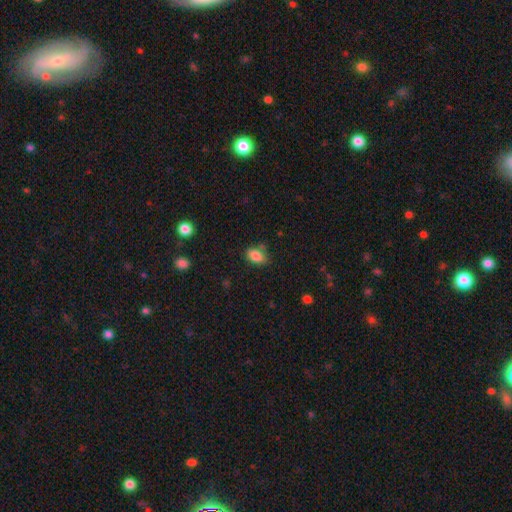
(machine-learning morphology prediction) Q: Smooth or featured?
A: smooth (85%); runner-up: star or artifact (9%)
Q: How rounded?
A: in between (87%); runner-up: round (11%)
Q: Merging?
A: none (68%); runner-up: minor disturbance (20%)